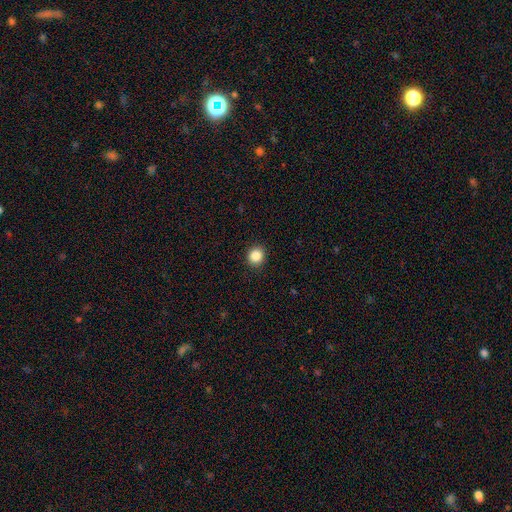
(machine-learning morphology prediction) A smooth galaxy with no disk features (87%) that is round (84%). Merging: none (91%).